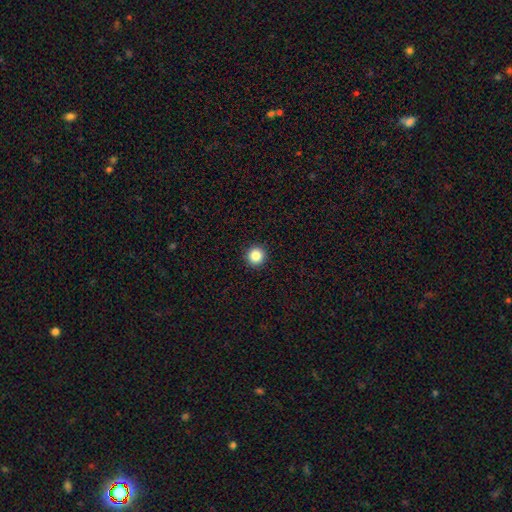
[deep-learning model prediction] Smooth or featured: smooth — 86% (star or artifact — 10%)
How rounded: round — 96% (in between — 3%)
Merging: none — 94% (minor disturbance — 4%)